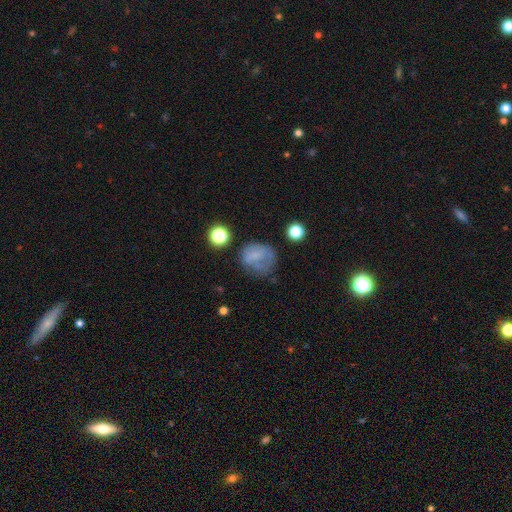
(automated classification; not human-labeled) smooth_or_featured: smooth (p=0.58) [alt: featured or disk p=0.28]
how_rounded: round (p=0.69) [alt: in between p=0.30]
merging: none (p=0.49) [alt: minor disturbance p=0.25]